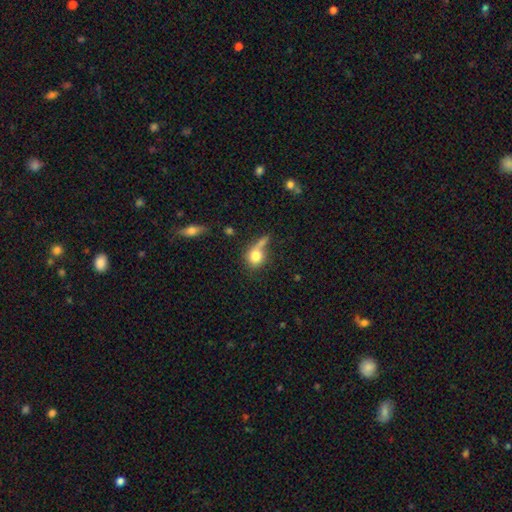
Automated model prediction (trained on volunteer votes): A smooth galaxy with no disk features (77%) that is round (64%). Merging: none (38%).